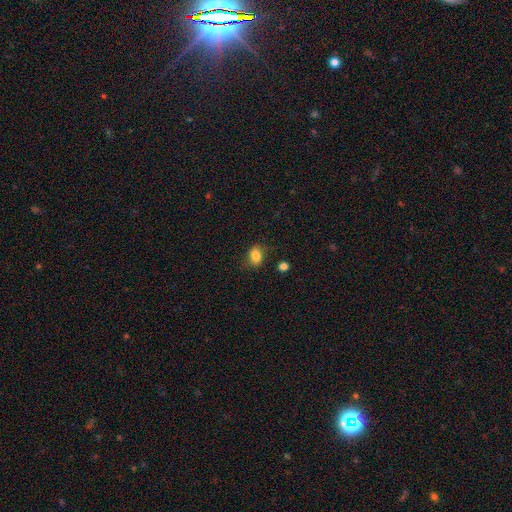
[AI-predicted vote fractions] Q: Smooth or featured?
A: smooth (83%); runner-up: star or artifact (10%)
Q: How rounded?
A: in between (71%); runner-up: round (28%)
Q: Merging?
A: none (75%); runner-up: minor disturbance (17%)